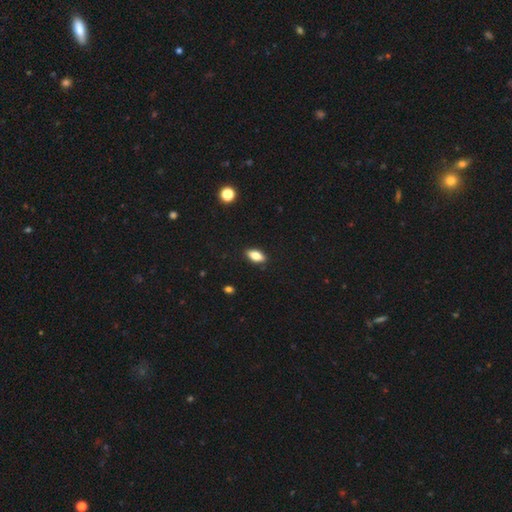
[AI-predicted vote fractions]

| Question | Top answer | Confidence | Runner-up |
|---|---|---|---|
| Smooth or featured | smooth | 76% | featured or disk (16%) |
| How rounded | in between | 85% | cigar-shaped (11%) |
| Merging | none | 89% | minor disturbance (8%) |